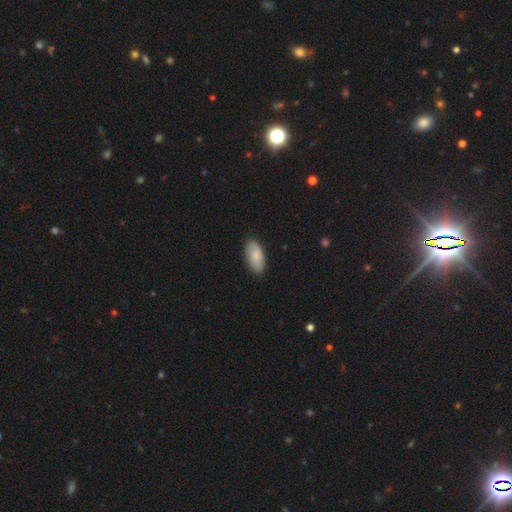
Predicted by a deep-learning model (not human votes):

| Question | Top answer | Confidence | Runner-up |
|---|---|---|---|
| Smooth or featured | smooth | 76% | featured or disk (18%) |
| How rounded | in between | 93% | cigar-shaped (5%) |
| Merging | none | 85% | minor disturbance (12%) |